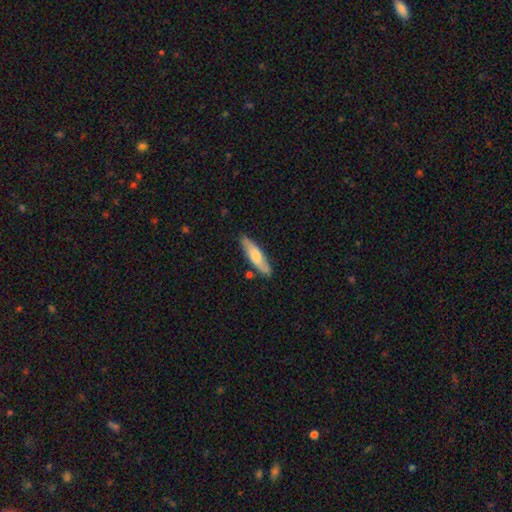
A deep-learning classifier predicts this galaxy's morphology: smooth-or-featured: smooth: 63% | featured or disk: 32% | star or artifact: 5%
  how-rounded: cigar-shaped: 69% | in between: 29% | round: 2%
  merging: none: 84% | minor disturbance: 12% | merger: 3% | major disturbance: 2%